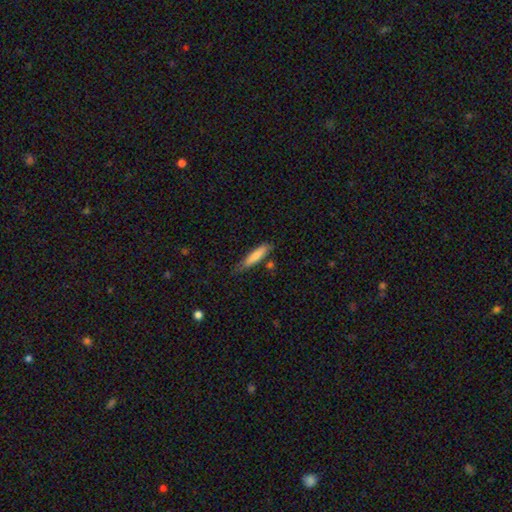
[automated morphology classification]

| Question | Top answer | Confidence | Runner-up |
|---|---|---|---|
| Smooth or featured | smooth | 76% | featured or disk (18%) |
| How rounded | cigar-shaped | 79% | in between (20%) |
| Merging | none | 67% | minor disturbance (24%) |